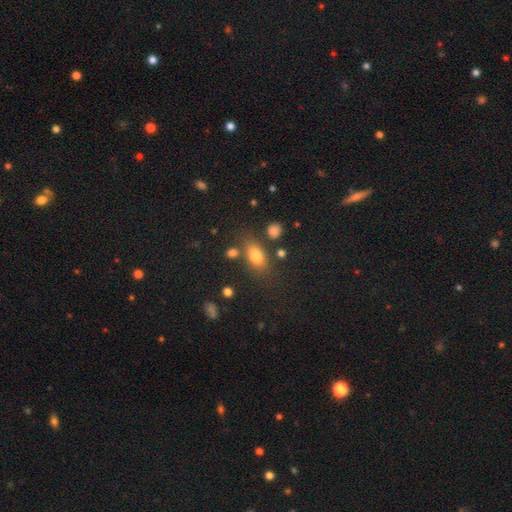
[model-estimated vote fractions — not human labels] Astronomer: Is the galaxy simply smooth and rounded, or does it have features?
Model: smooth — 77%.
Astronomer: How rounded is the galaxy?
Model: in between — 81%.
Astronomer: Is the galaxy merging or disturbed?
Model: none — 71%.